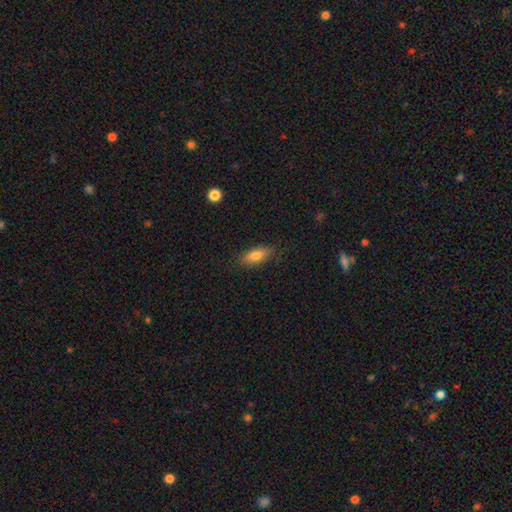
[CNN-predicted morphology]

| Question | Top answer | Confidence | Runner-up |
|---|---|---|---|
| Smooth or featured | smooth | 79% | featured or disk (13%) |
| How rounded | in between | 77% | cigar-shaped (20%) |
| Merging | none | 82% | minor disturbance (13%) |